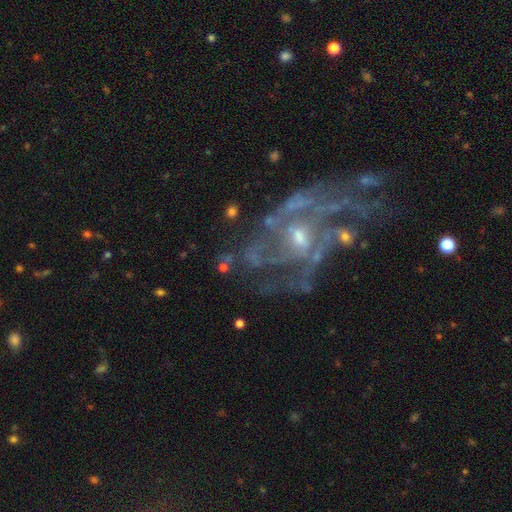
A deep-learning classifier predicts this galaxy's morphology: Smooth or featured? Predicted: featured or disk (p=0.86). Edge-on disk? Predicted: no (p=0.97). Bar? Predicted: no (p=0.58). Spiral arms? Predicted: yes (p=0.87). Spiral winding? Predicted: medium (p=0.44). Spiral arm count? Predicted: can't tell (p=0.31). Bulge size? Predicted: small (p=0.50). Merging? Predicted: none (p=0.47).